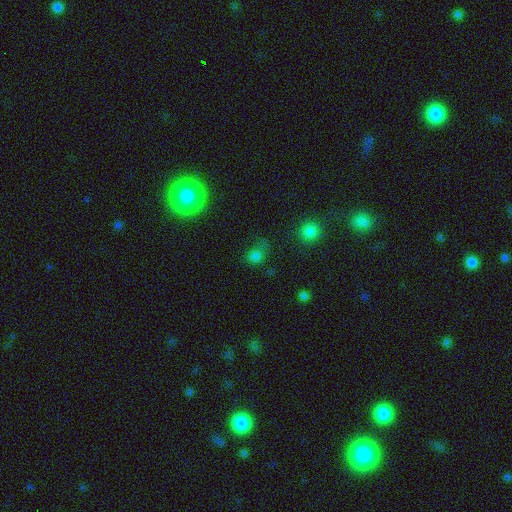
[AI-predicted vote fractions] The model was most divided on "merging": none: 56%, minor disturbance: 22%, major disturbance: 14%, merger: 8%. More confident: how rounded — round (71%); smooth or featured — smooth (69%).